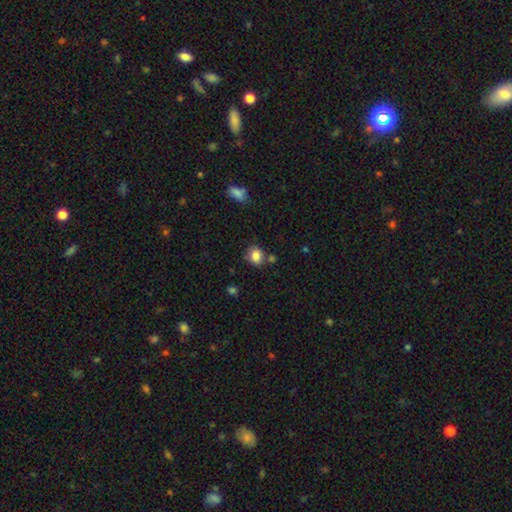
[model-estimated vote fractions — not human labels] This appears to be a smooth galaxy with no disk features (83%) that is round (56%). Merging: none (71%).